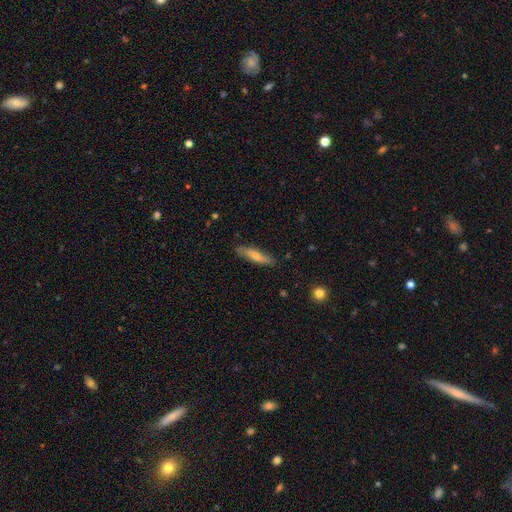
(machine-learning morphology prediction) Smooth or featured?
  - smooth: 67% *
  - featured or disk: 27%
  - star or artifact: 6%
How rounded?
  - cigar-shaped: 75% *
  - in between: 23%
  - round: 2%
Merging?
  - none: 83% *
  - minor disturbance: 13%
  - major disturbance: 2%
  - merger: 1%